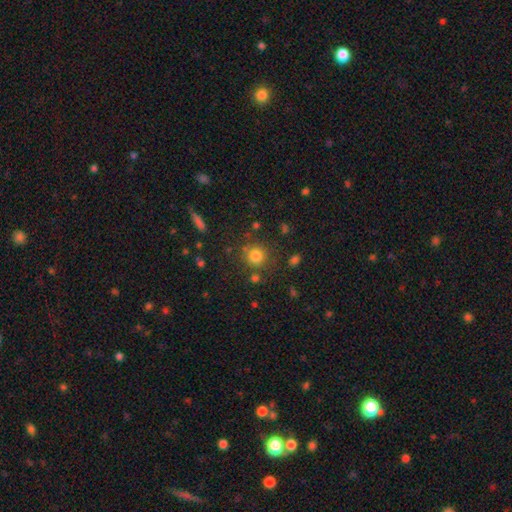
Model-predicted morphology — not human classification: smooth-or-featured: smooth: 79% | star or artifact: 14% | featured or disk: 7%
  how-rounded: round: 91% | in between: 8% | cigar-shaped: 1%
  merging: none: 79% | minor disturbance: 10% | merger: 6% | major disturbance: 5%